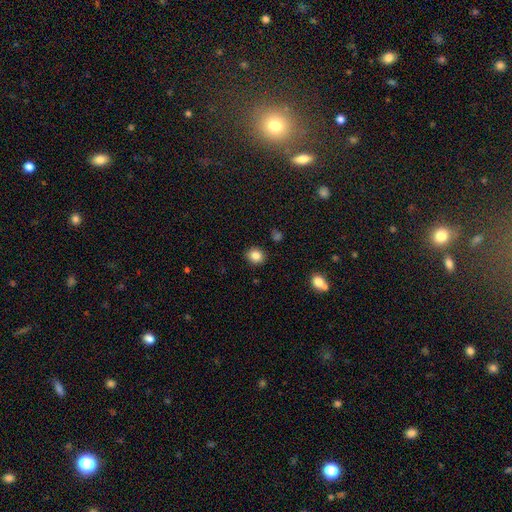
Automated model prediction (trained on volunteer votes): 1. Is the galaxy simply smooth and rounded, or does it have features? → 84% smooth, 11% star or artifact, 6% featured or disk.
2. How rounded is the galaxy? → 82% round, 17% in between, 1% cigar-shaped.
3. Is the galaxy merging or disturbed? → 89% none, 7% minor disturbance, 2% major disturbance, 2% merger.